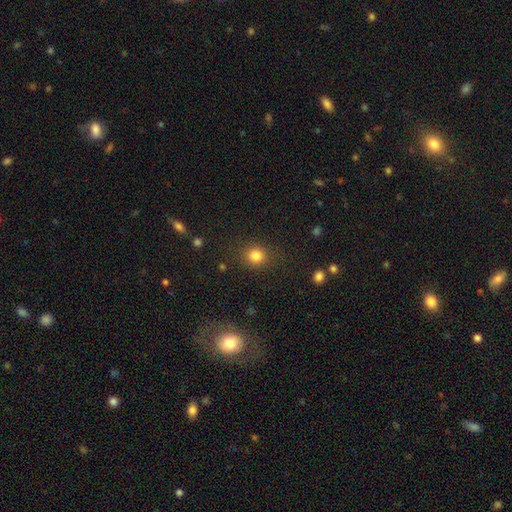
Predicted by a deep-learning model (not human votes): A smooth galaxy with no disk features (83%) that is round (83%).

Vote fractions:
- Smooth or featured? smooth: 83% / star or artifact: 12% / featured or disk: 5%
- How rounded? round: 83% / in between: 16% / cigar-shaped: 1%
- Merging? none: 84% / minor disturbance: 9% / major disturbance: 4% / merger: 2%